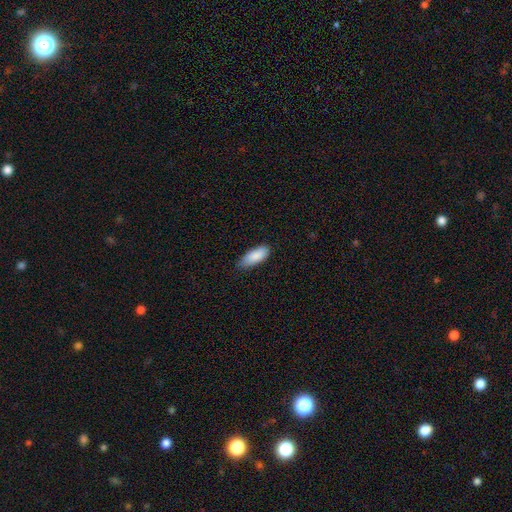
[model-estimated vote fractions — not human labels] Smooth or featured: smooth — 89% (star or artifact — 6%)
How rounded: in between — 79% (cigar-shaped — 20%)
Merging: none — 75% (minor disturbance — 21%)